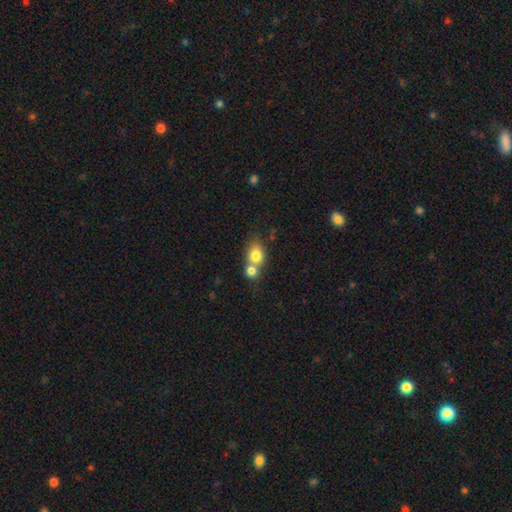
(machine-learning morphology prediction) Overall: smooth (78%). How rounded: in between (52%; round 47%). Merging: merger (58%; none 31%).